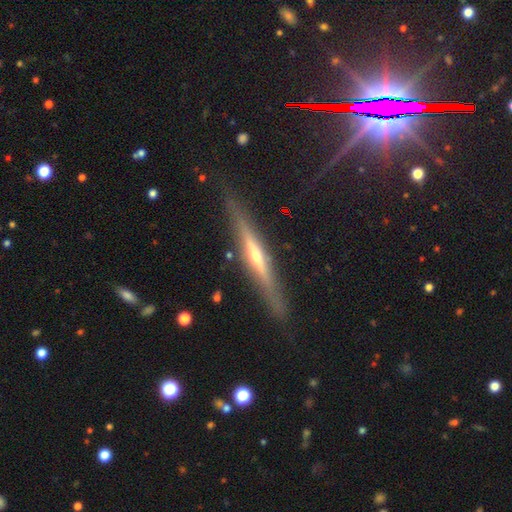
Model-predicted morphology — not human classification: A featured or disk galaxy (76%) viewed edge-on (96%) with a rounded central bulge (69%).

Vote fractions:
- Smooth or featured? featured or disk: 76% / smooth: 17% / star or artifact: 7%
- Edge-on disk? yes: 96% / no: 4%
- Edge-on bulge? rounded: 69% / none: 23% / boxy: 8%
- Merging? none: 86% / minor disturbance: 10% / major disturbance: 3% / merger: 2%